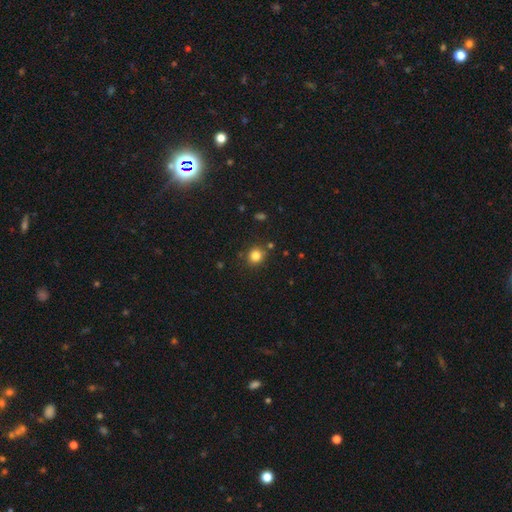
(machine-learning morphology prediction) smooth-or-featured: smooth: 82% | star or artifact: 13% | featured or disk: 5%
  how-rounded: round: 86% | in between: 13% | cigar-shaped: 1%
  merging: none: 83% | minor disturbance: 9% | merger: 5% | major disturbance: 3%